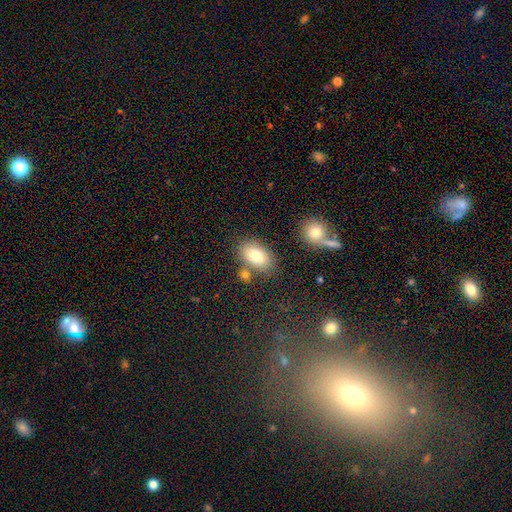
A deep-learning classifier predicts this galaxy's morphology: smooth-or-featured: smooth: 80% | featured or disk: 12% | star or artifact: 8%
  how-rounded: in between: 90% | round: 9% | cigar-shaped: 2%
  merging: none: 73% | minor disturbance: 12% | merger: 11% | major disturbance: 4%